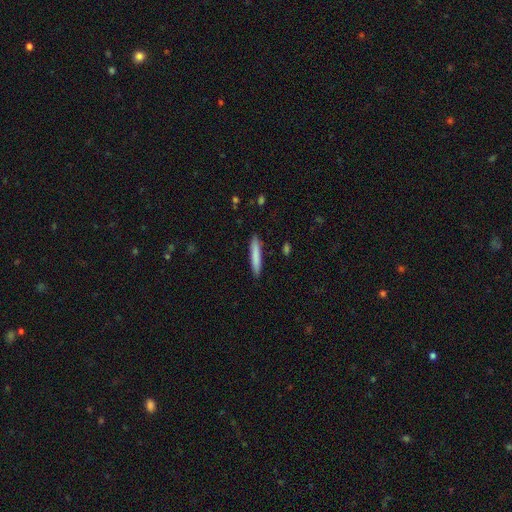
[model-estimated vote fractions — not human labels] Overall: smooth (82%). How rounded: cigar-shaped (93%). Merging: none (89%).